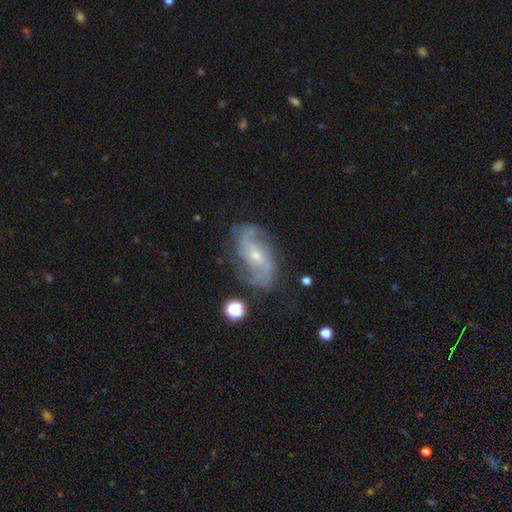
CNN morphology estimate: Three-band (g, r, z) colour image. It shows a featured or disk galaxy (84%) with no bar (54%), 2 (72%) medium (44%) spiral arms (93%) and a small central bulge (64%). Merging: none (70%).